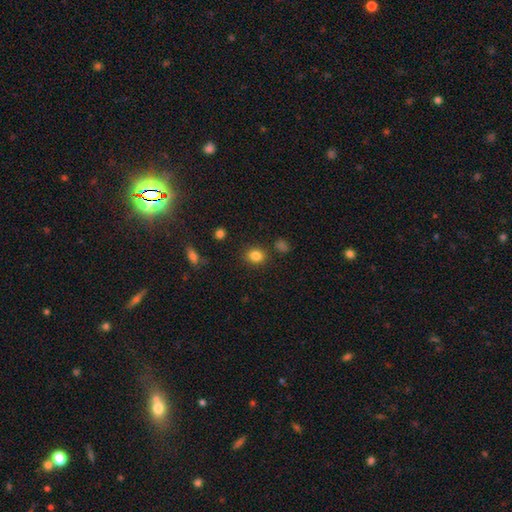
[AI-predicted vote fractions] Smooth or featured? smooth (84%)
How rounded? round (62%)
Merging? none (85%)